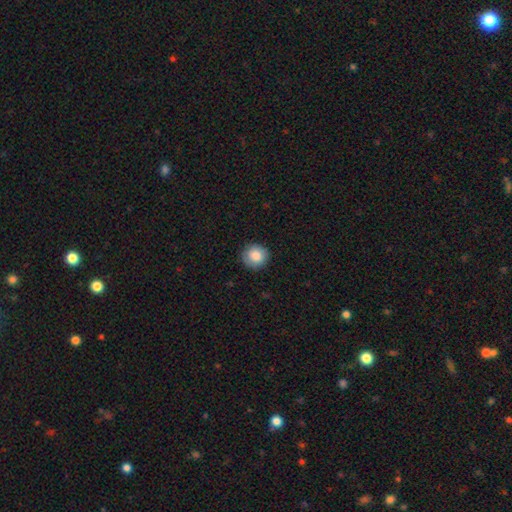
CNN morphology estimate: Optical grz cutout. It shows a smooth galaxy with no disk features (84%) that is round (92%). Merging: none (88%).